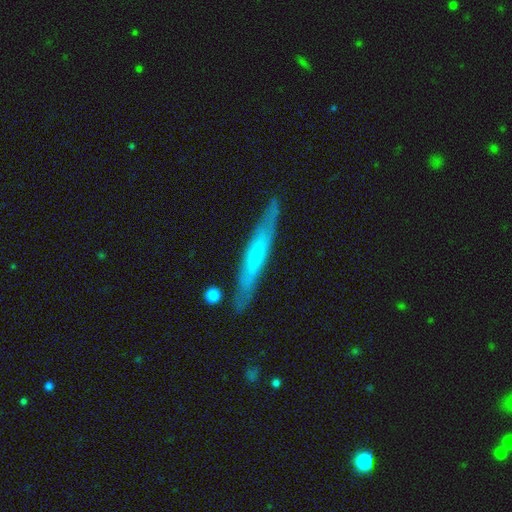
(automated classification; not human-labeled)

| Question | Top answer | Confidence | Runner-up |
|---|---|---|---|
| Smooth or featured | featured or disk | 50% | smooth (45%) |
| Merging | none | 83% | minor disturbance (12%) |